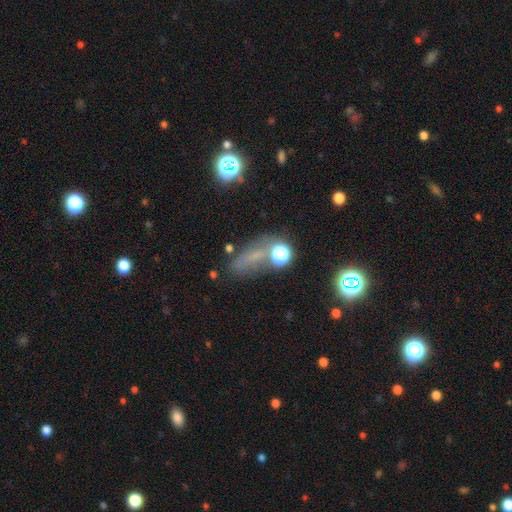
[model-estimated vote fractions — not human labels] Smooth or featured: smooth — 48% (star or artifact — 33%)
Merging: none — 52% (minor disturbance — 19%)